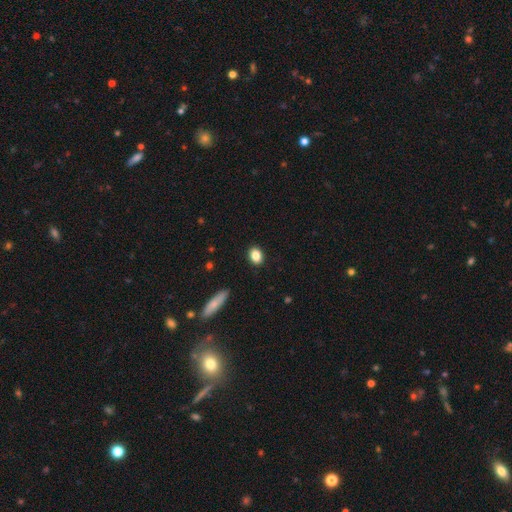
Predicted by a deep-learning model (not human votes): This is clearly a smooth galaxy (85%). How rounded: likely in between (65%). Merging: clearly none (89%).